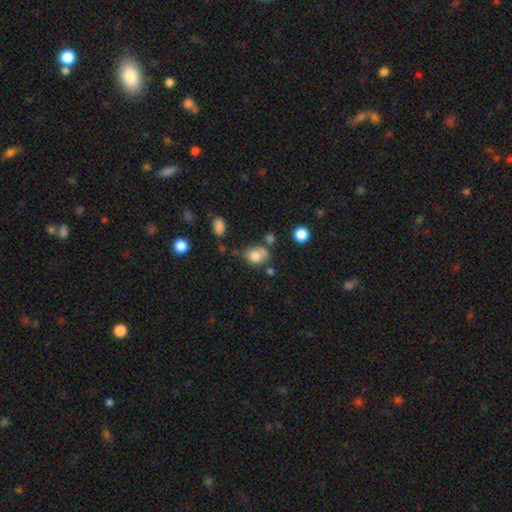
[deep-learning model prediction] Smooth or featured: smooth — 78% (featured or disk — 11%)
How rounded: in between — 51% (round — 48%)
Merging: none — 50% (minor disturbance — 25%)